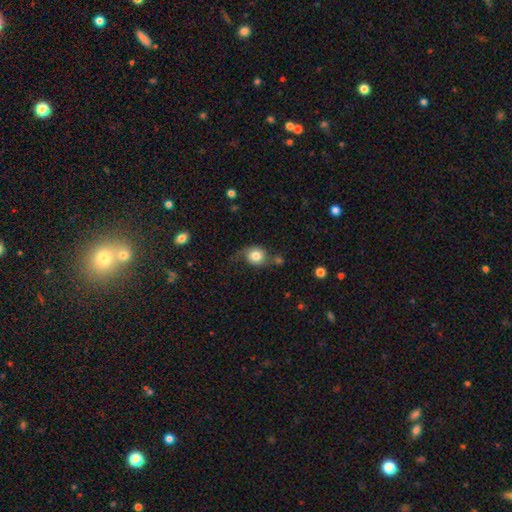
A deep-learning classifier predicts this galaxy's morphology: This appears to be a smooth galaxy with no disk features (72%) that is round (78%). Merging: none (44%).